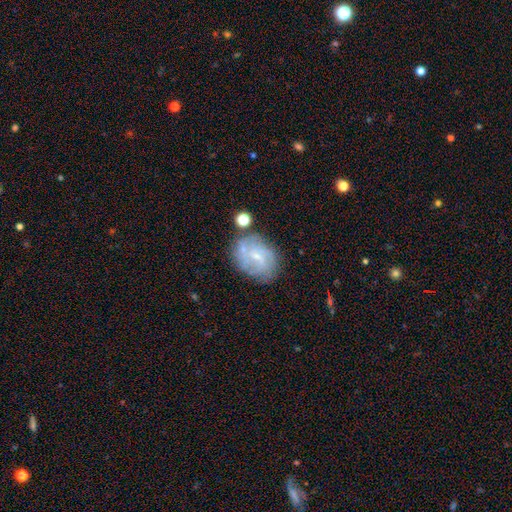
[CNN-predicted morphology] This appears to be a featured or disk galaxy (63%) with no bar (47%), spiral arms (76%) and a small central bulge (69%). Merging: none (61%).